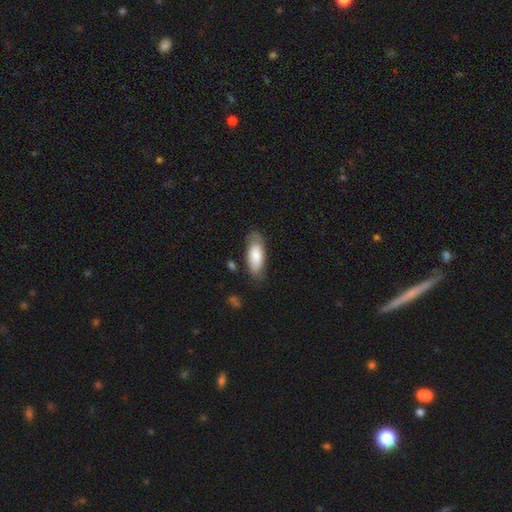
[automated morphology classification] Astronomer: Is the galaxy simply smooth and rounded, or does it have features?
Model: smooth — 79%.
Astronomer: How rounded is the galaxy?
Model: in between — 77%.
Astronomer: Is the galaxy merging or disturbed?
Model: none — 70%.